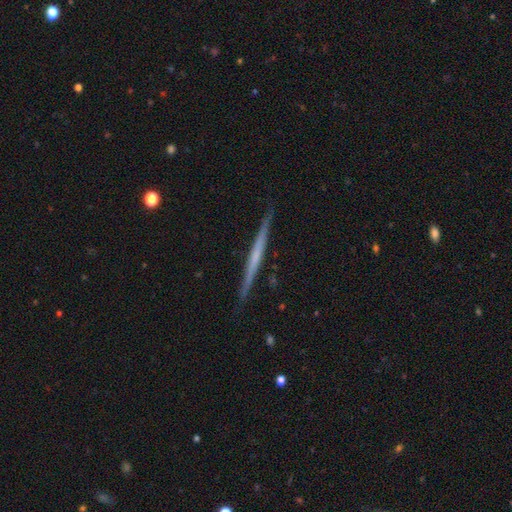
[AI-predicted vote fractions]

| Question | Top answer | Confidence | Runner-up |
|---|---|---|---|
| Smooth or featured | featured or disk | 64% | smooth (31%) |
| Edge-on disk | yes | 98% | no (2%) |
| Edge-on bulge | none | 82% | rounded (12%) |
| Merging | none | 91% | minor disturbance (6%) |